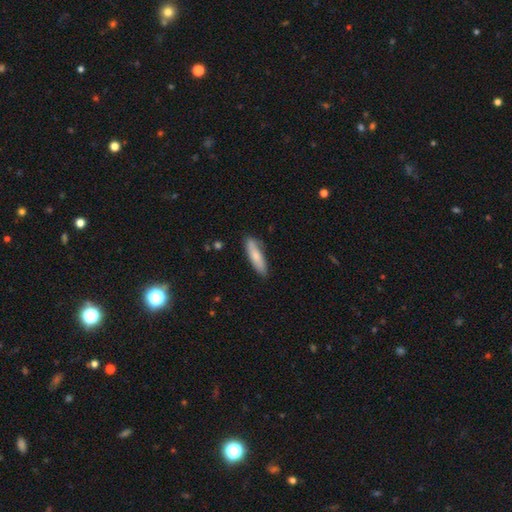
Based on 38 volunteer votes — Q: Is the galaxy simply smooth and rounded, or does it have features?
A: smooth — 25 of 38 (66%).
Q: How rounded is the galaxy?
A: cigar-shaped — 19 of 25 (76%).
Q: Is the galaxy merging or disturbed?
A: none — 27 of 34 (79%).